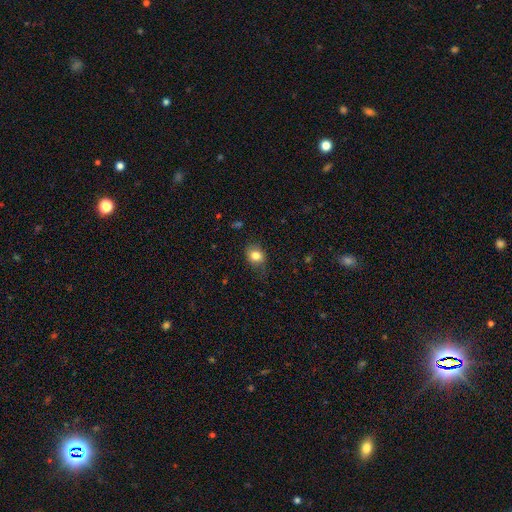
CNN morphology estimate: type=smooth (80%); roundness=round (50%); merging=none (70%).